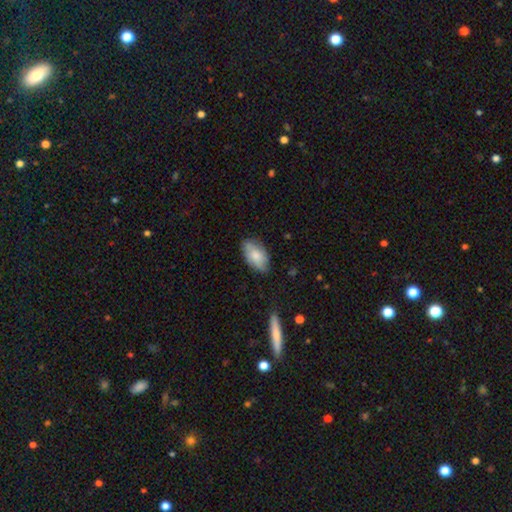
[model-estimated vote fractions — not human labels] Smooth or featured: smooth — 75% (featured or disk — 19%)
How rounded: in between — 93% (round — 4%)
Merging: none — 75% (minor disturbance — 20%)